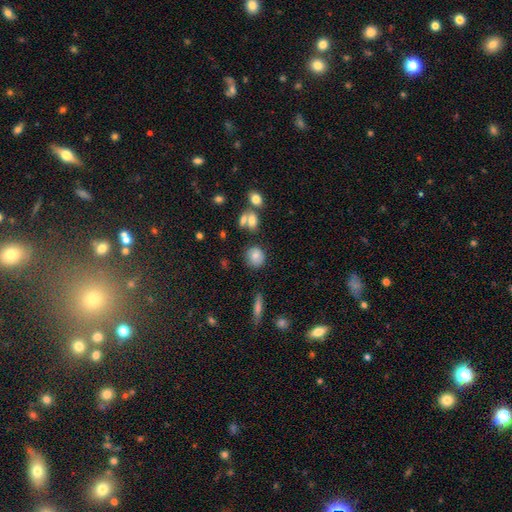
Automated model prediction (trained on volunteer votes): The model was most divided on "how rounded": round: 76%, in between: 23%, cigar-shaped: 2%. More confident: smooth or featured — smooth (77%); merging — none (74%).